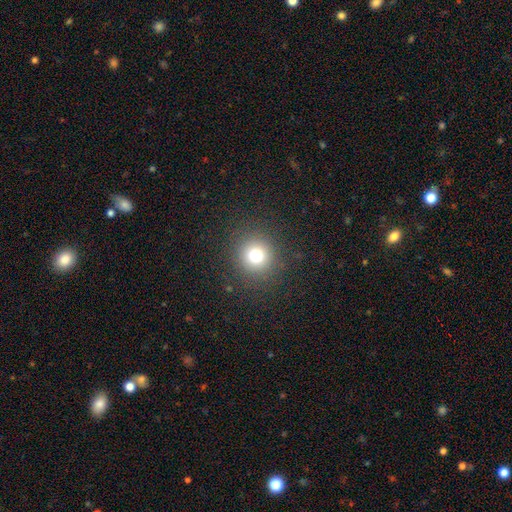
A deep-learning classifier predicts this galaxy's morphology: Smooth or featured? smooth (76%)
How rounded? round (92%)
Merging? none (90%)